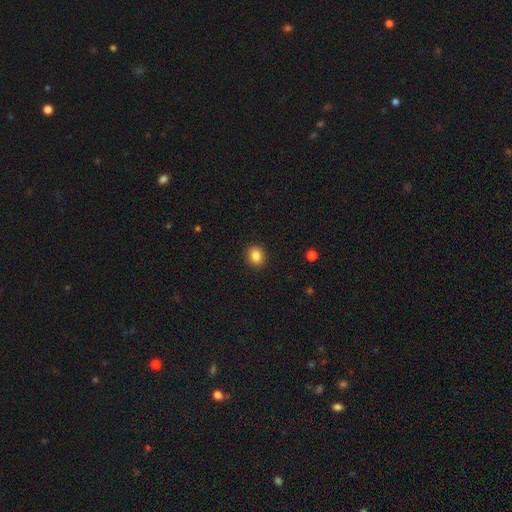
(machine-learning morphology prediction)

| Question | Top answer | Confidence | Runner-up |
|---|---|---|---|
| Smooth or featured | smooth | 85% | star or artifact (10%) |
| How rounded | round | 71% | in between (28%) |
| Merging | none | 92% | minor disturbance (6%) |